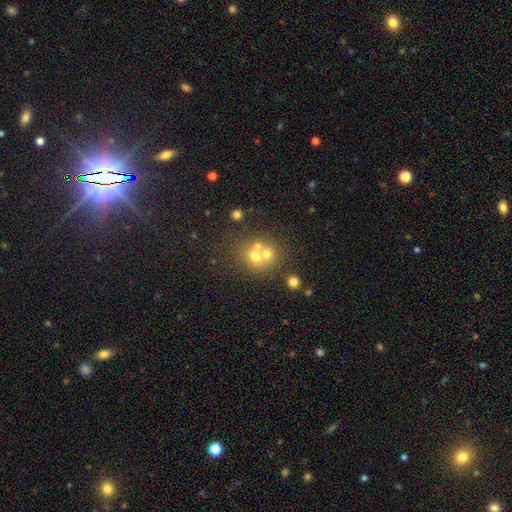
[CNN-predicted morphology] Overall: smooth (60%; featured or disk 23%). How rounded: round (80%). Merging: merger (47%; none 42%).